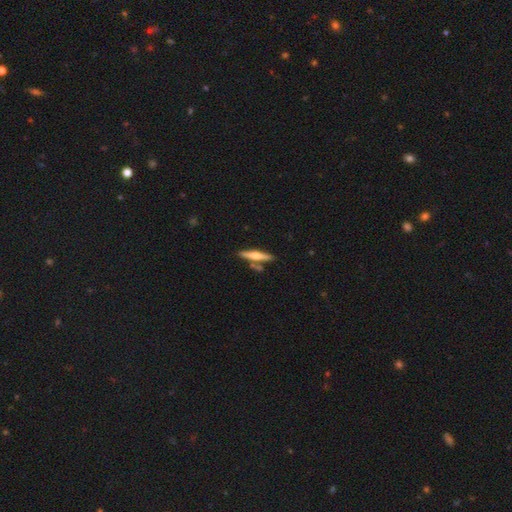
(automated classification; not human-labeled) Smooth or featured?
  - smooth: 48% *
  - featured or disk: 46%
  - star or artifact: 6%
Merging?
  - none: 74% *
  - merger: 13%
  - minor disturbance: 11%
  - major disturbance: 3%